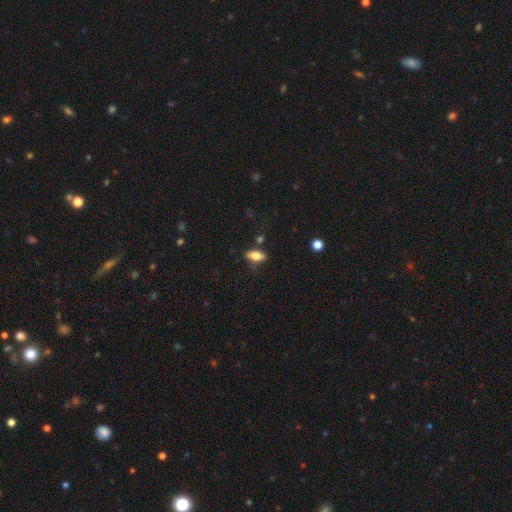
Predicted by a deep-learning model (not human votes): Smooth or featured? Predicted: smooth (p=0.75). How rounded? Predicted: in between (p=0.86). Merging? Predicted: none (p=0.79).